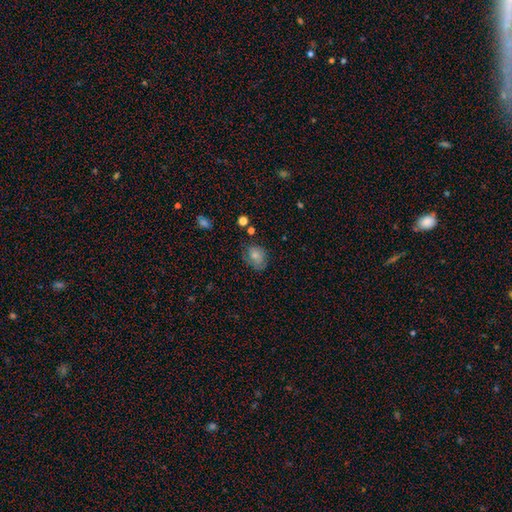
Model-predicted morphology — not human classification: Smooth or featured? Predicted: smooth (p=0.67). How rounded? Predicted: in between (p=0.54). Merging? Predicted: none (p=0.61).